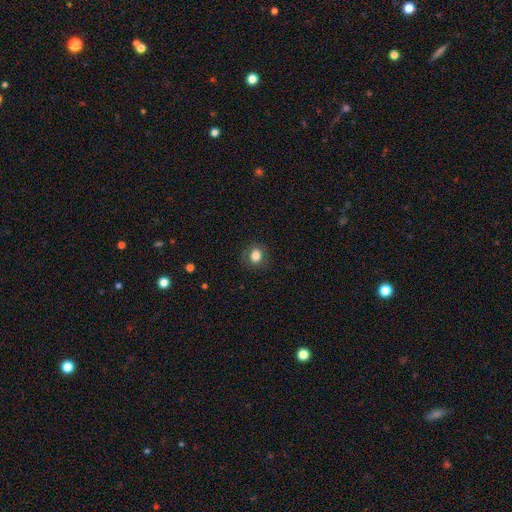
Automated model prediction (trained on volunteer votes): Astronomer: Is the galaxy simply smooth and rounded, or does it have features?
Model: smooth — 81%.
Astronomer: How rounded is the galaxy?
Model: round — 69%.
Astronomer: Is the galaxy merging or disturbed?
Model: none — 84%.